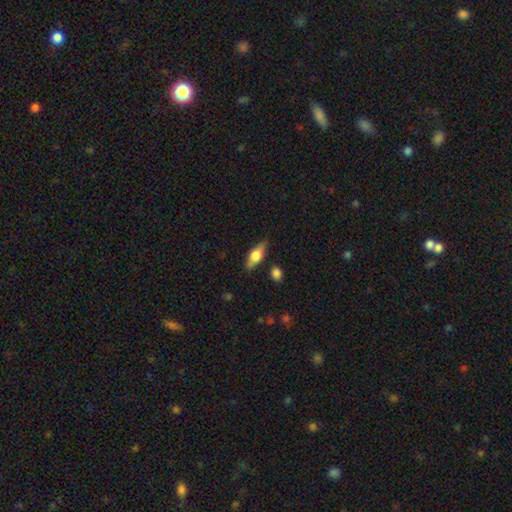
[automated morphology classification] smooth 54%, featured or disk 40%, star or artifact 7%. Down the decision tree: how rounded — in between (69%); merging — none (81%).